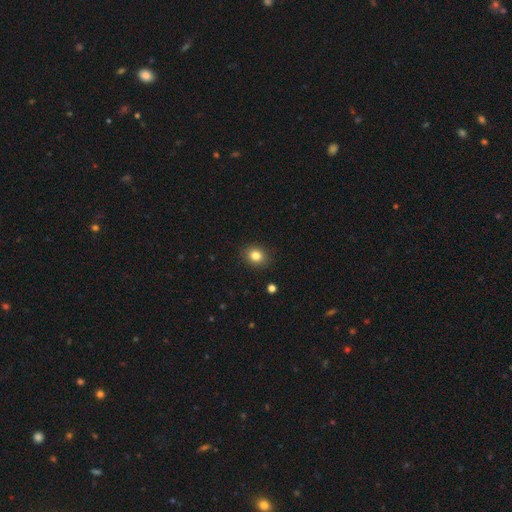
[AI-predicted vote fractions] This appears to be a smooth galaxy with no disk features (83%) that is round (64%). Merging: none (90%).